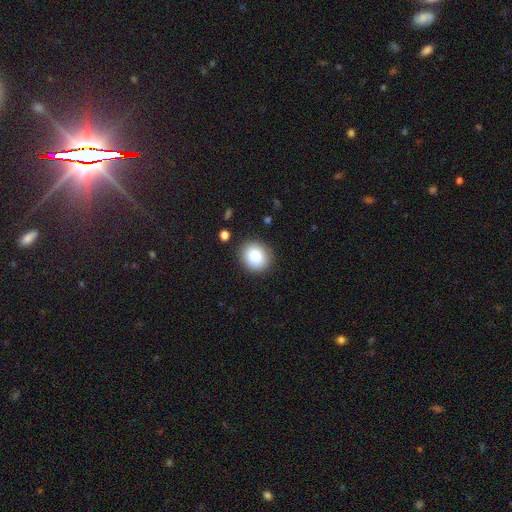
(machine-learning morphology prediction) Overall: smooth (81%). How rounded: round (79%). Merging: none (89%).